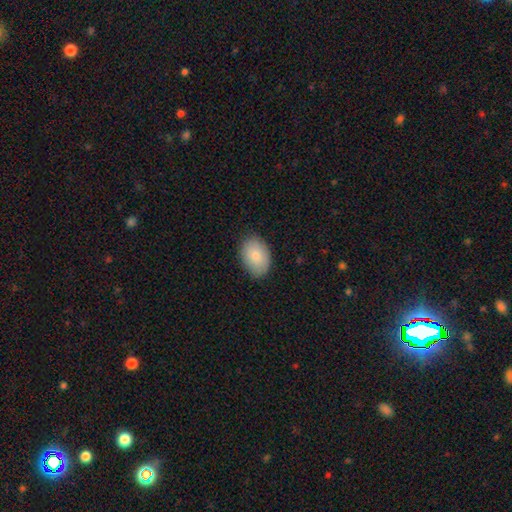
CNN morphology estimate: smooth_or_featured: smooth (p=0.81) [alt: featured or disk p=0.12]
how_rounded: in between (p=0.82) [alt: round p=0.17]
merging: none (p=0.84) [alt: minor disturbance p=0.13]